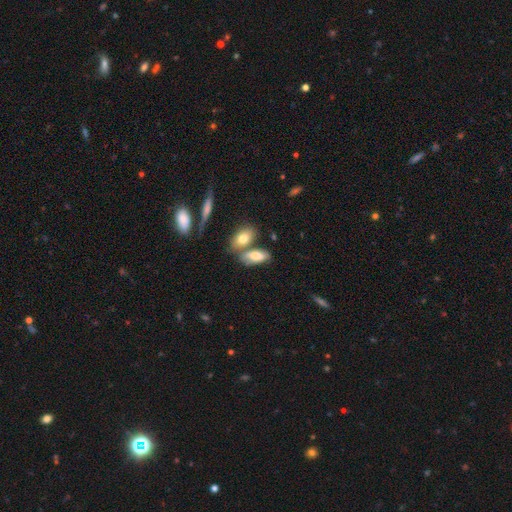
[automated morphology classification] Smooth or featured?
  - smooth: 72% *
  - featured or disk: 21%
  - star or artifact: 7%
How rounded?
  - in between: 83% *
  - cigar-shaped: 14%
  - round: 3%
Merging?
  - none: 51% *
  - merger: 32%
  - minor disturbance: 13%
  - major disturbance: 4%